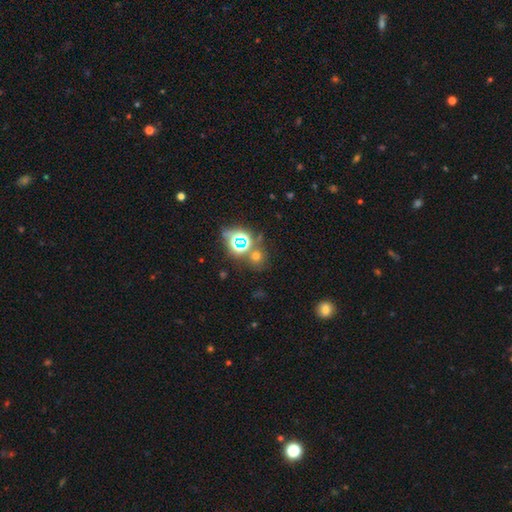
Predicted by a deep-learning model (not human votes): The model was most divided on "smooth or featured": smooth: 50%, star or artifact: 43%, featured or disk: 8%. More confident: merging — none (69%).